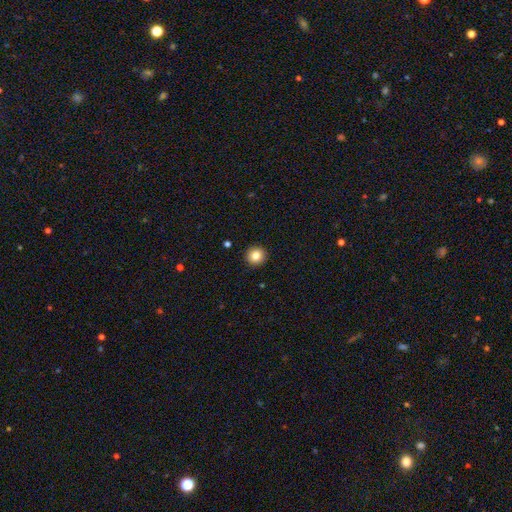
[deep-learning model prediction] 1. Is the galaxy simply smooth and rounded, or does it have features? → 84% smooth, 10% star or artifact, 6% featured or disk.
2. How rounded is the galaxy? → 94% round, 5% in between, 1% cigar-shaped.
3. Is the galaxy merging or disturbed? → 93% none, 5% minor disturbance, 2% major disturbance, 1% merger.